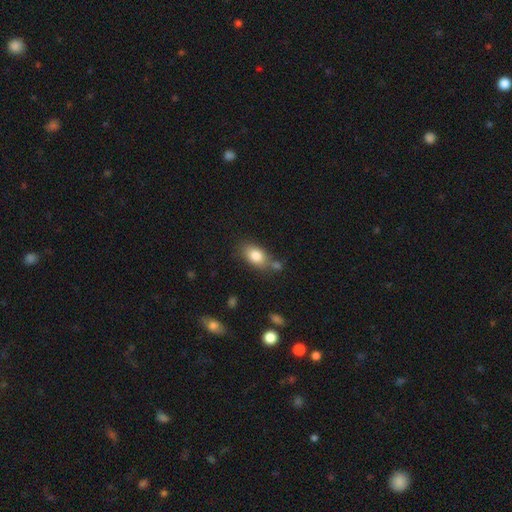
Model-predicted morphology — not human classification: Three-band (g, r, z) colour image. It shows a smooth galaxy with no disk features (82%) that is in between round and cigar-shaped (85%). Merging: none (62%).